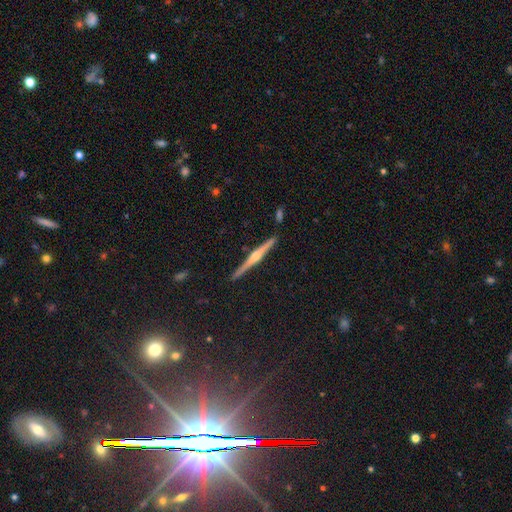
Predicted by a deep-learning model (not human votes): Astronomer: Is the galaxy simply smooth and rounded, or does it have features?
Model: featured or disk — 78%.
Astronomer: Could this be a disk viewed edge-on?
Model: yes — 98%.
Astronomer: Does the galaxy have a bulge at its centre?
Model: rounded — 87%.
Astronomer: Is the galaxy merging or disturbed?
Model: none — 91%.